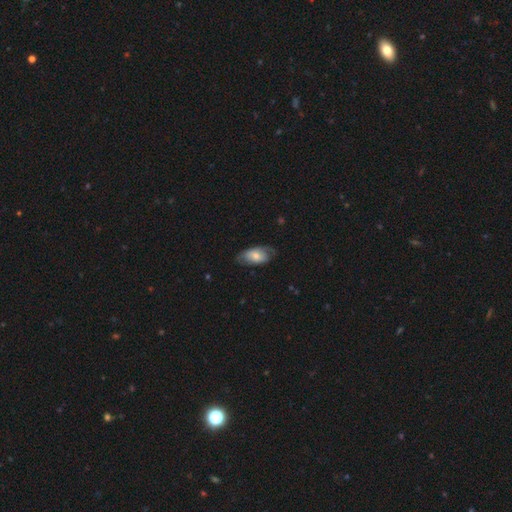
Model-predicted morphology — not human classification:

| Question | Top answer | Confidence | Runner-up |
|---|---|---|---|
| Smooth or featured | smooth | 52% | featured or disk (42%) |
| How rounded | in between | 90% | round (7%) |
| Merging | none | 58% | minor disturbance (27%) |